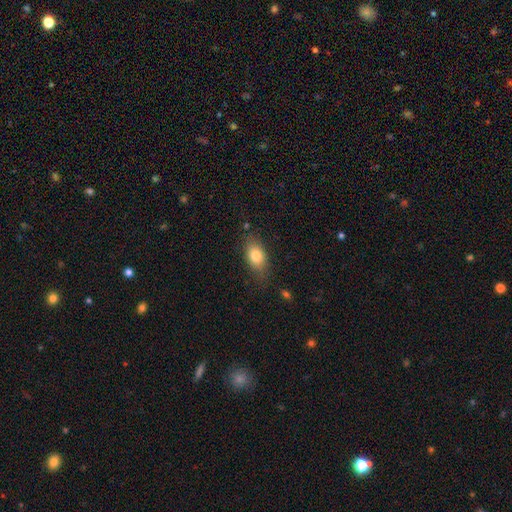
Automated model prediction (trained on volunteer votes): A smooth galaxy with no disk features (80%) that is in between round and cigar-shaped (85%).

Vote fractions:
- Smooth or featured? smooth: 80% / featured or disk: 13% / star or artifact: 8%
- How rounded? in between: 85% / round: 10% / cigar-shaped: 5%
- Merging? none: 75% / minor disturbance: 18% / major disturbance: 5% / merger: 2%